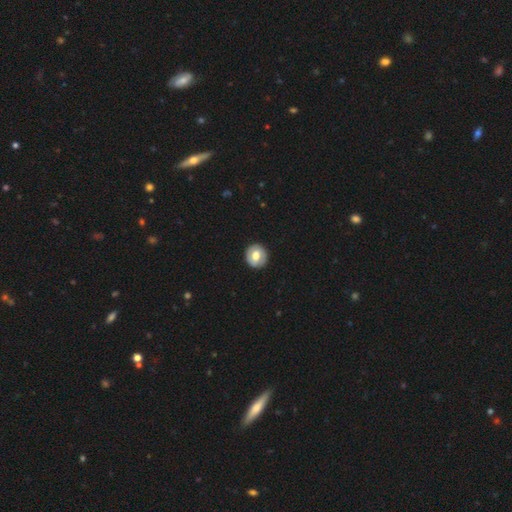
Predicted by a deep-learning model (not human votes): Smooth or featured?
  - smooth: 63% *
  - featured or disk: 30%
  - star or artifact: 7%
How rounded?
  - round: 90% *
  - in between: 10%
  - cigar-shaped: 1%
Merging?
  - none: 90% *
  - minor disturbance: 7%
  - major disturbance: 2%
  - merger: 1%